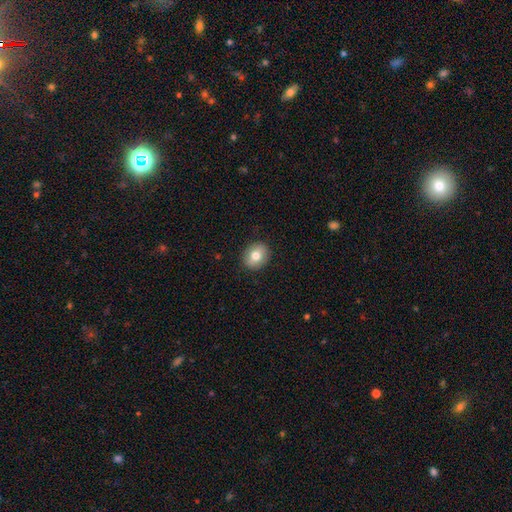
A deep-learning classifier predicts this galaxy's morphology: Smooth or featured?
  - smooth: 77% *
  - featured or disk: 14%
  - star or artifact: 9%
How rounded?
  - round: 61% *
  - in between: 38%
  - cigar-shaped: 1%
Merging?
  - none: 90% *
  - minor disturbance: 8%
  - major disturbance: 2%
  - merger: 1%